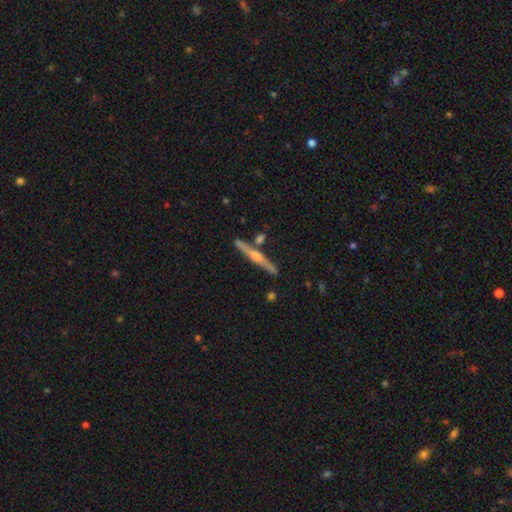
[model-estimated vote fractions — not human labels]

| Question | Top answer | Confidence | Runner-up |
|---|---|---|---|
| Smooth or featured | featured or disk | 72% | smooth (22%) |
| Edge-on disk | yes | 98% | no (2%) |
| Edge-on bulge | rounded | 88% | none (7%) |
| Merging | none | 84% | minor disturbance (9%) |